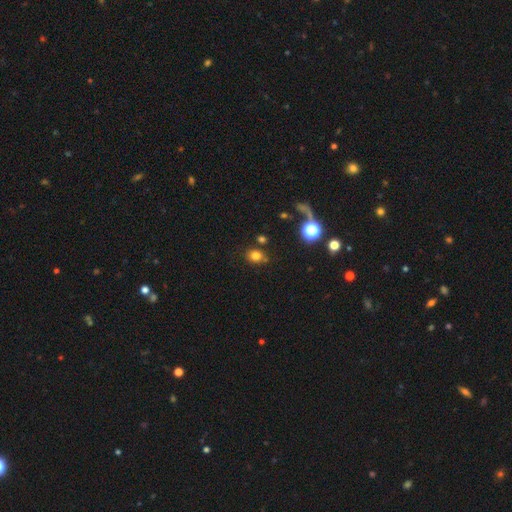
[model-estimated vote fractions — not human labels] A smooth galaxy with no disk features (77%) that is round (56%).

Vote fractions:
- Smooth or featured? smooth: 77% / star or artifact: 16% / featured or disk: 7%
- How rounded? round: 56% / in between: 43% / cigar-shaped: 1%
- Merging? none: 78% / minor disturbance: 11% / merger: 6% / major disturbance: 4%